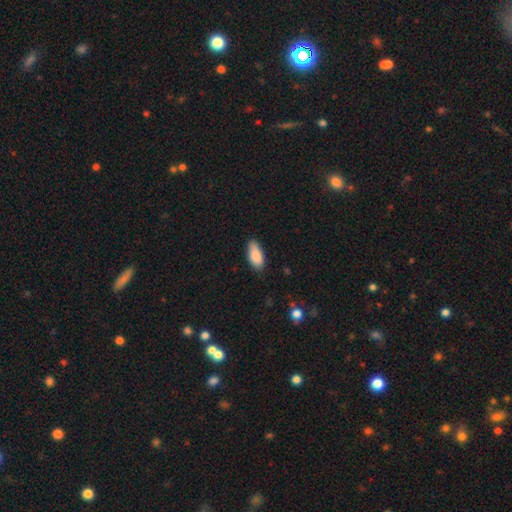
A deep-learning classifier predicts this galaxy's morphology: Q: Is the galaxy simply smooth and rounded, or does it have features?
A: smooth — 88%.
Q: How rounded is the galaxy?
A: in between — 88%.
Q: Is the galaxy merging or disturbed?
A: none — 74%.